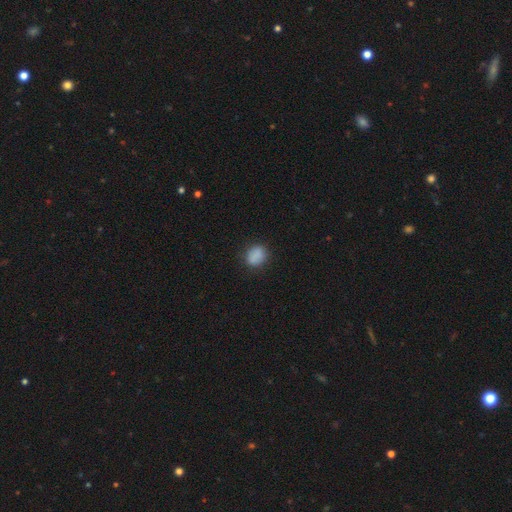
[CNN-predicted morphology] Q: Smooth or featured?
A: smooth (86%); runner-up: star or artifact (9%)
Q: How rounded?
A: round (56%); runner-up: in between (43%)
Q: Merging?
A: none (82%); runner-up: minor disturbance (13%)